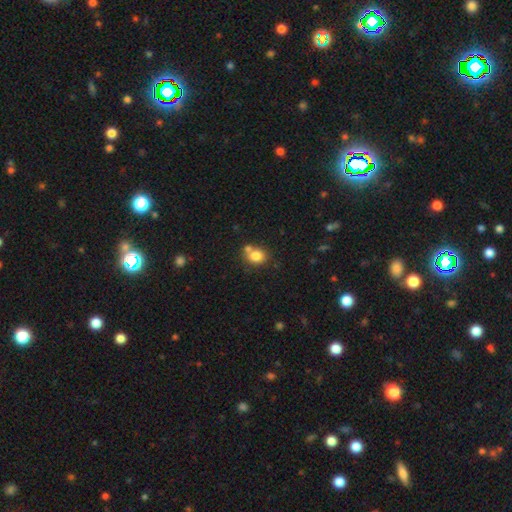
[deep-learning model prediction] This is clearly a smooth galaxy (80%). How rounded: likely round (69%). Merging: possibly none (56%).